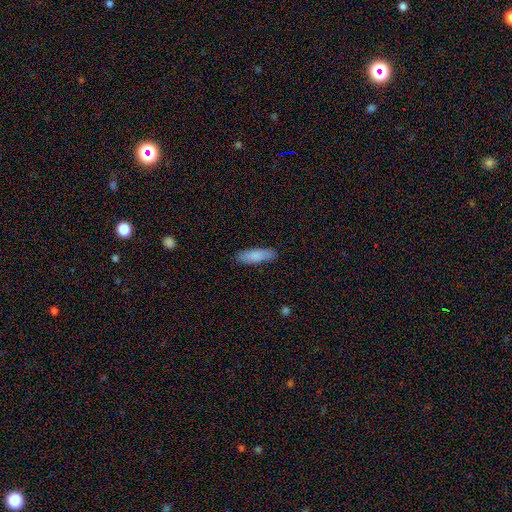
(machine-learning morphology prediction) This is clearly a smooth galaxy (86%). How rounded: possibly cigar-shaped (55%). Merging: clearly none (89%).